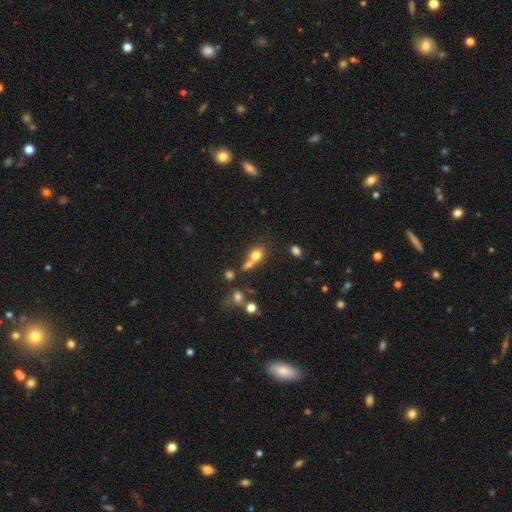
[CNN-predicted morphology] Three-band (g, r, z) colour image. It shows a smooth galaxy with no disk features (74%) that is round (54%). Merging: merger (46%).